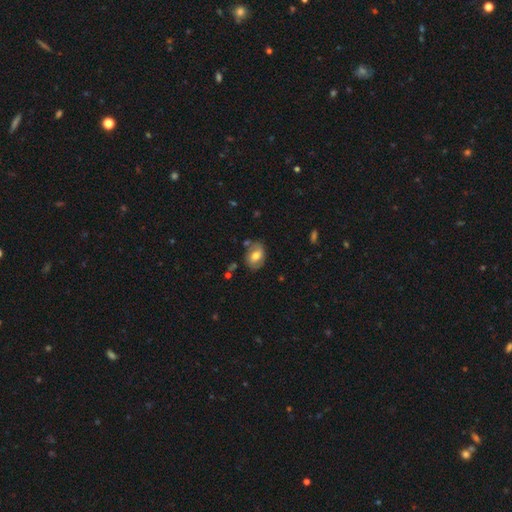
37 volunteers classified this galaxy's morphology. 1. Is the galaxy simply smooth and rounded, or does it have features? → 54% featured or disk, 43% smooth, 3% star or artifact.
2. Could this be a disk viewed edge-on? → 95% no, 5% yes.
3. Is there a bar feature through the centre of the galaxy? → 58% weak, 32% no, 11% strong.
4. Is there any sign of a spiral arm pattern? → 74% yes, 26% no.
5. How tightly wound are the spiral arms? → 57% medium, 36% tight, 7% loose.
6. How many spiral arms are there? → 86% 2, 14% can't tell, 0% 1, 0% 3, 0% 4, 0% more than 4.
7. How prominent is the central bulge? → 74% moderate, 16% small, 11% large, 0% dominant, 0% none.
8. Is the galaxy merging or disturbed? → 72% none, 14% minor disturbance, 14% major disturbance, 0% merger.